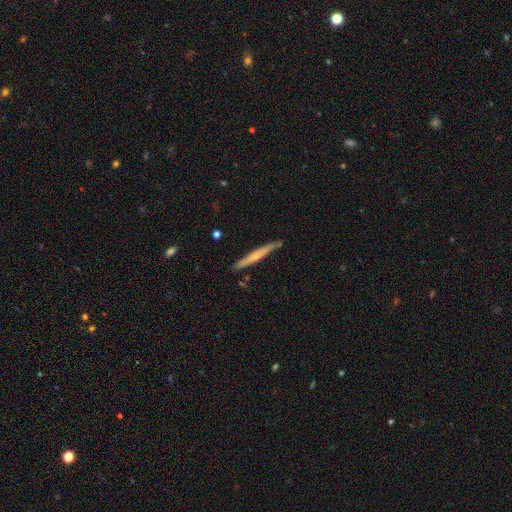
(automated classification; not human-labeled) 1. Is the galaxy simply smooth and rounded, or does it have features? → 47% featured or disk (tied), 47% smooth (tied), 5% star or artifact.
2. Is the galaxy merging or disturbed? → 85% none, 11% minor disturbance, 2% merger, 2% major disturbance.